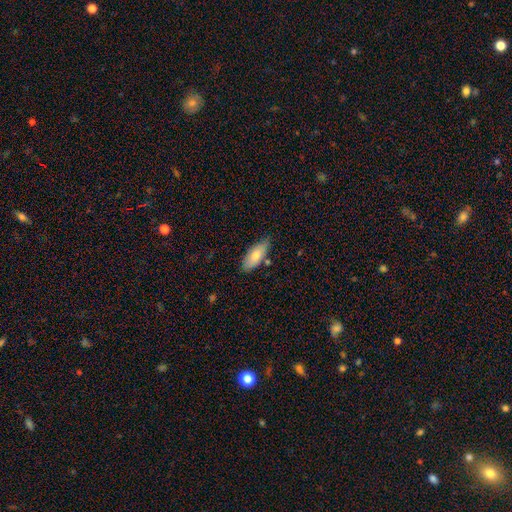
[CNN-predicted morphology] Q: Smooth or featured?
A: smooth (77%); runner-up: featured or disk (16%)
Q: How rounded?
A: in between (83%); runner-up: cigar-shaped (15%)
Q: Merging?
A: none (70%); runner-up: minor disturbance (21%)